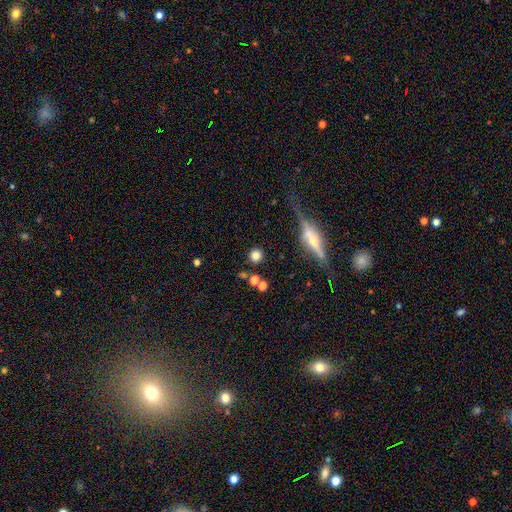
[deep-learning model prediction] Smooth or featured: smooth — 76% (star or artifact — 12%)
How rounded: round — 91% (in between — 6%)
Merging: none — 84% (minor disturbance — 8%)